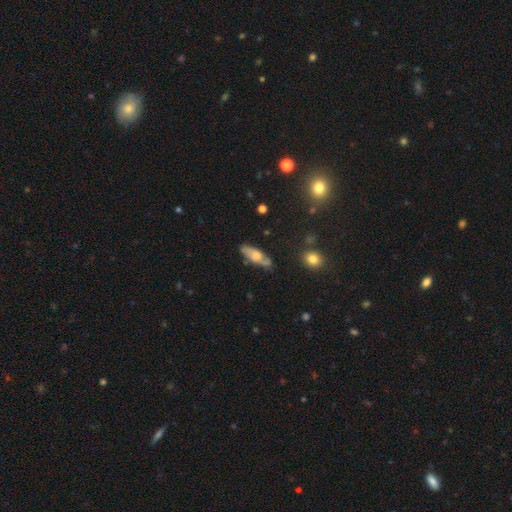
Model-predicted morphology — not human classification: This appears to be a smooth galaxy with no disk features (49%). Merging: none (69%).